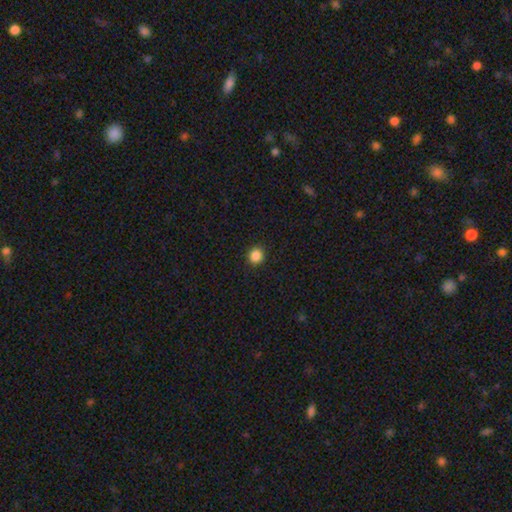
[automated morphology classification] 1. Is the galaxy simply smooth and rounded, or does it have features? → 86% smooth, 11% star or artifact, 3% featured or disk.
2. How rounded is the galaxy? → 90% round, 9% in between, 1% cigar-shaped.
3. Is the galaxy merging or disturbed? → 91% none, 6% minor disturbance, 2% major disturbance, 1% merger.